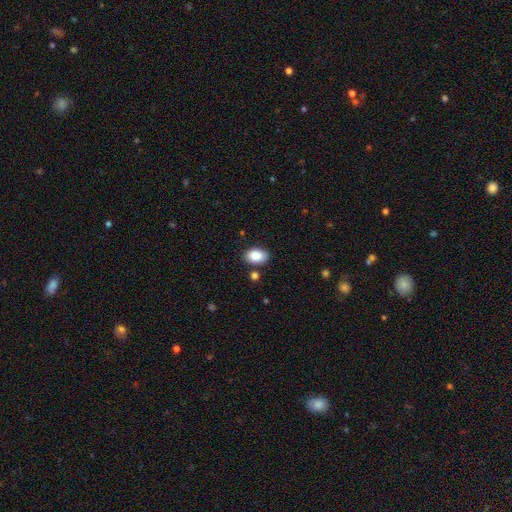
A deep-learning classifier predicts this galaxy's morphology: Overall: smooth (87%). How rounded: in between (86%). Merging: none (82%).